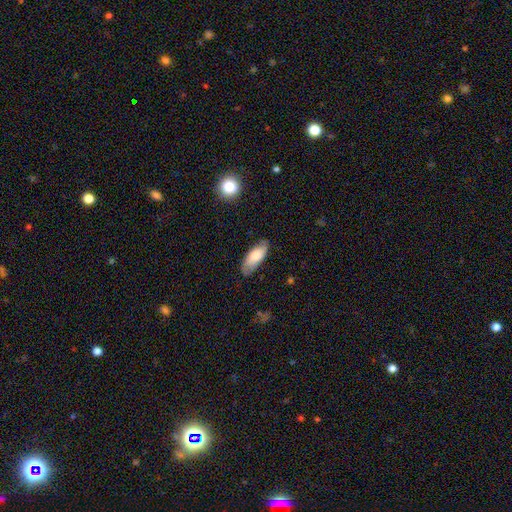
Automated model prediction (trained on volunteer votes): Smooth or featured?
  - smooth: 76% *
  - featured or disk: 18%
  - star or artifact: 6%
How rounded?
  - in between: 80% *
  - cigar-shaped: 18%
  - round: 2%
Merging?
  - none: 72% *
  - minor disturbance: 22%
  - major disturbance: 4%
  - merger: 1%